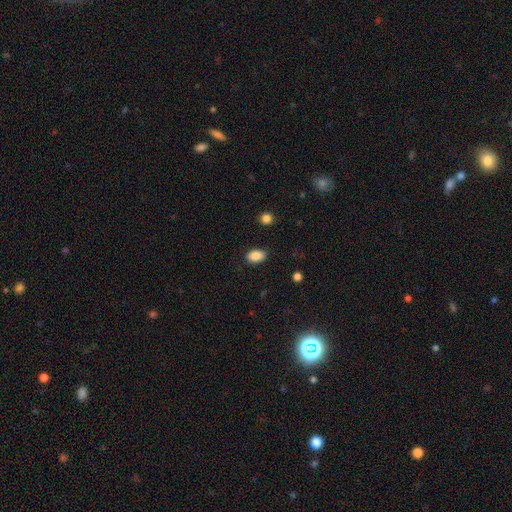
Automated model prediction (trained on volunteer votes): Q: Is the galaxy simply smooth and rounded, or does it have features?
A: smooth — 88%.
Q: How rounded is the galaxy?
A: in between — 89%.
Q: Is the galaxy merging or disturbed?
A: none — 86%.